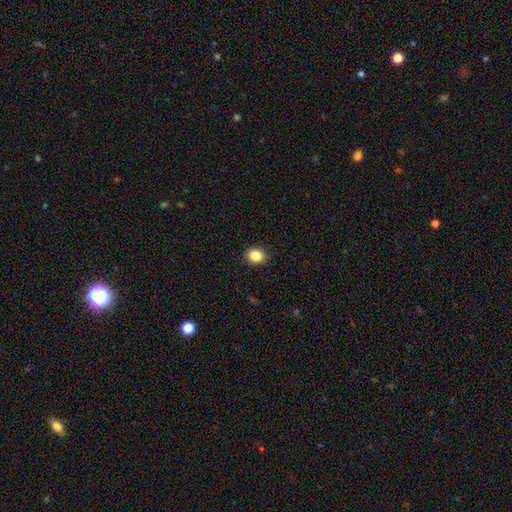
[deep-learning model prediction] Smooth or featured? Predicted: smooth (p=0.86). How rounded? Predicted: round (p=0.52). Merging? Predicted: none (p=0.90).